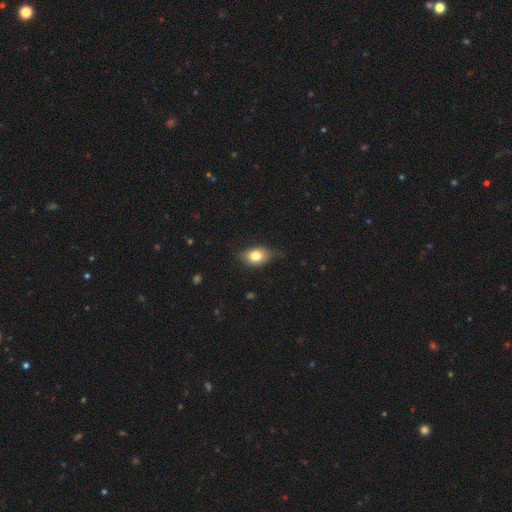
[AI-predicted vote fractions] smooth 79%, featured or disk 13%, star or artifact 9%. Down the decision tree: how rounded — in between (77%); merging — none (71%).